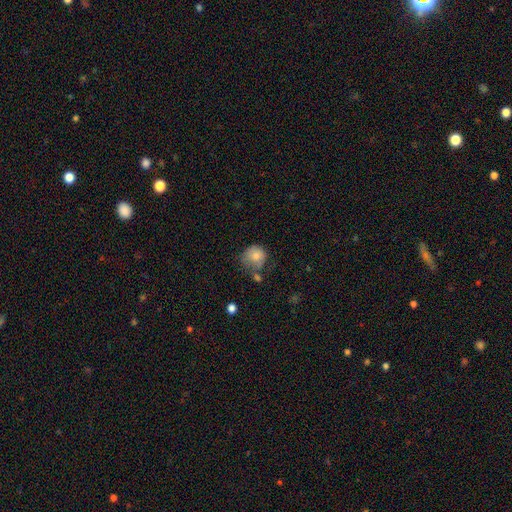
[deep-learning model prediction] Smooth or featured? Predicted: smooth (p=0.76). How rounded? Predicted: round (p=0.81). Merging? Predicted: none (p=0.44).